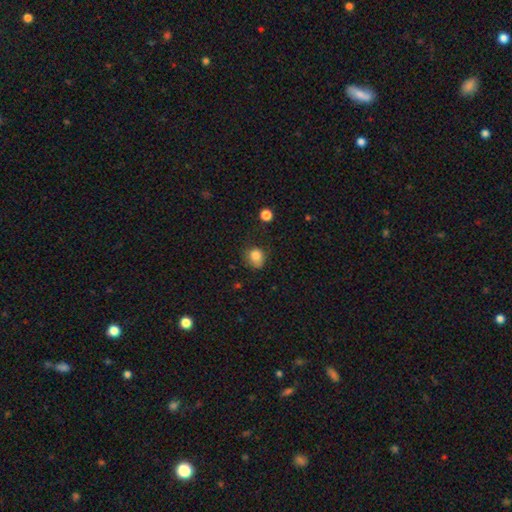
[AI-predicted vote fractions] A smooth galaxy with no disk features (82%) that is round (70%).

Vote fractions:
- Smooth or featured? smooth: 82% / star or artifact: 11% / featured or disk: 7%
- How rounded? round: 70% / in between: 29% / cigar-shaped: 1%
- Merging? none: 57% / minor disturbance: 30% / major disturbance: 10% / merger: 2%